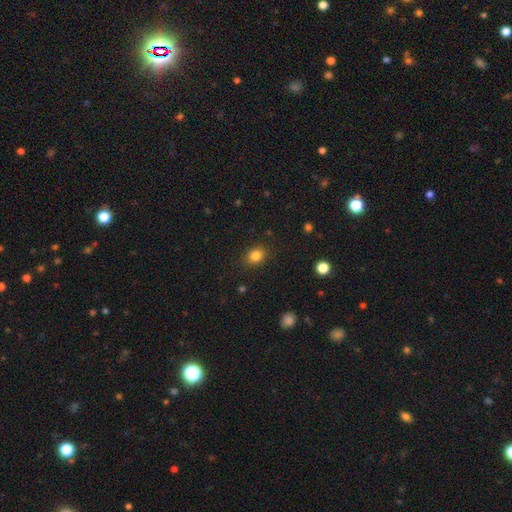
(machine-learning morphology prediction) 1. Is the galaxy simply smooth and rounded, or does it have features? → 84% smooth, 11% star or artifact, 5% featured or disk.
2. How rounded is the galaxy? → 50% in between, 49% round, 1% cigar-shaped.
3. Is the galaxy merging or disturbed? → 87% none, 9% minor disturbance, 3% major disturbance, 1% merger.